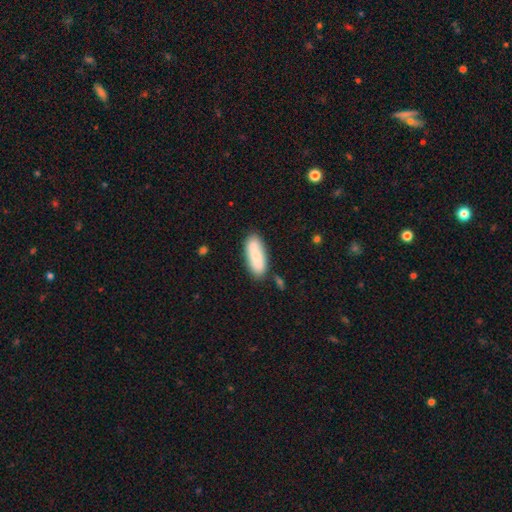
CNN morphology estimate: The model was most divided on "how rounded": in between: 75%, cigar-shaped: 23%, round: 2%. More confident: smooth or featured — smooth (78%); merging — none (74%).